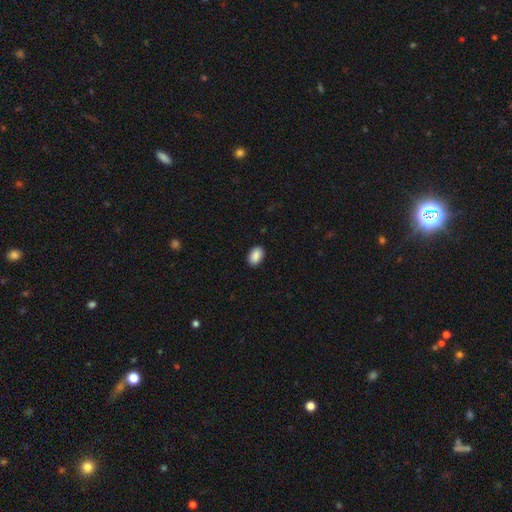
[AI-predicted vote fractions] A smooth galaxy with no disk features (90%) that is in between round and cigar-shaped (87%).

Vote fractions:
- Smooth or featured? smooth: 90% / star or artifact: 7% / featured or disk: 3%
- How rounded? in between: 87% / round: 12% / cigar-shaped: 1%
- Merging? none: 89% / minor disturbance: 8% / major disturbance: 2% / merger: 1%